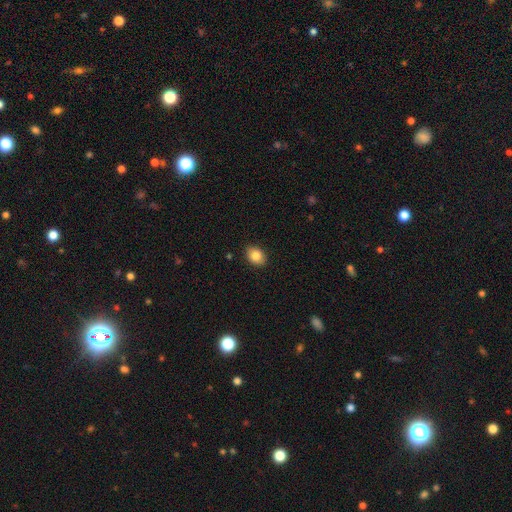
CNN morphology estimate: The model was most divided on "how rounded": in between: 67%, round: 32%, cigar-shaped: 1%. More confident: merging — none (89%); smooth or featured — smooth (85%).